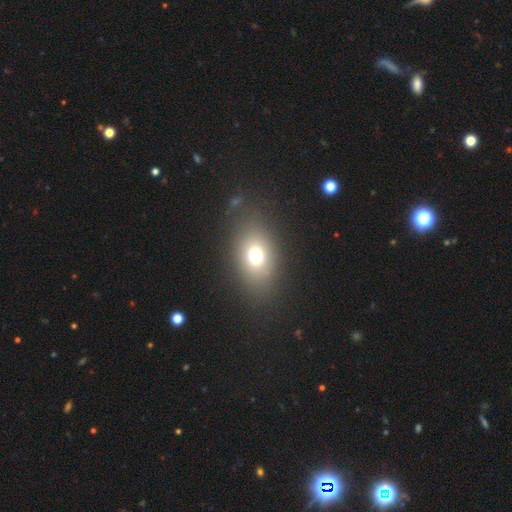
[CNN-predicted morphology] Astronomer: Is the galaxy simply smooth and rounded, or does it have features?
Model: smooth — 69%.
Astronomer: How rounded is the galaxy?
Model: in between — 68%.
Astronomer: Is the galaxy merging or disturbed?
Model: none — 80%.